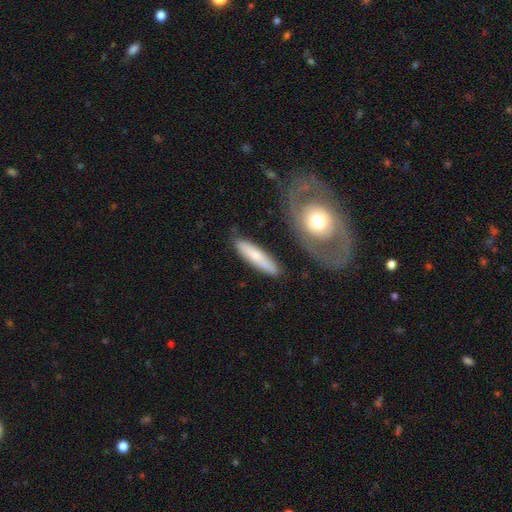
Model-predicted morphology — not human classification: smooth_or_featured: smooth (p=0.64) [alt: featured or disk p=0.30]
how_rounded: cigar-shaped (p=0.76) [alt: in between p=0.22]
merging: none (p=0.79) [alt: minor disturbance p=0.12]